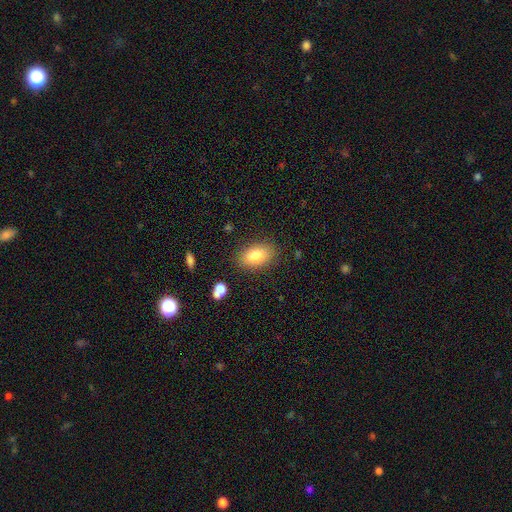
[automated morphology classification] Smooth or featured? smooth (83%)
How rounded? in between (90%)
Merging? none (84%)